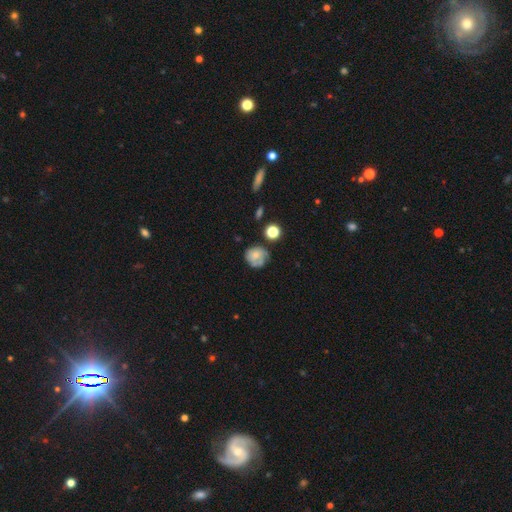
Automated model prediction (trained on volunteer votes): Overall: smooth (59%; featured or disk 31%). How rounded: round (78%). Merging: none (50%; minor disturbance 26%).